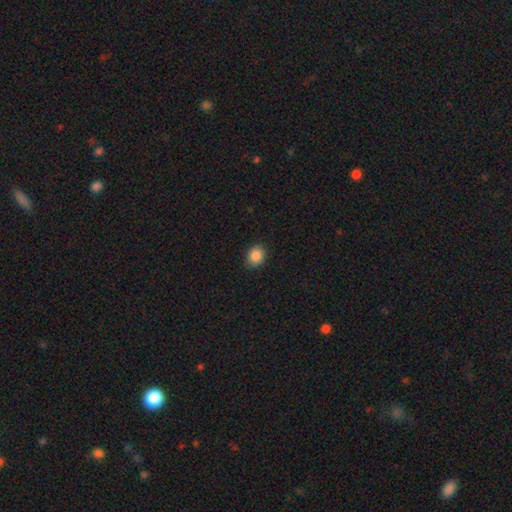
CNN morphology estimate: The model was most divided on "how rounded": round: 52%, in between: 47%, cigar-shaped: 1%. More confident: smooth or featured — smooth (86%); merging — none (86%).